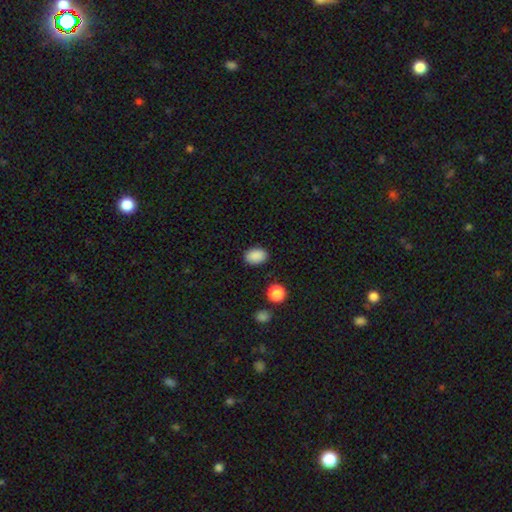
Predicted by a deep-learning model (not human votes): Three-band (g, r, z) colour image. It shows a smooth galaxy with no disk features (88%) that is in between round and cigar-shaped (79%). Merging: none (87%).